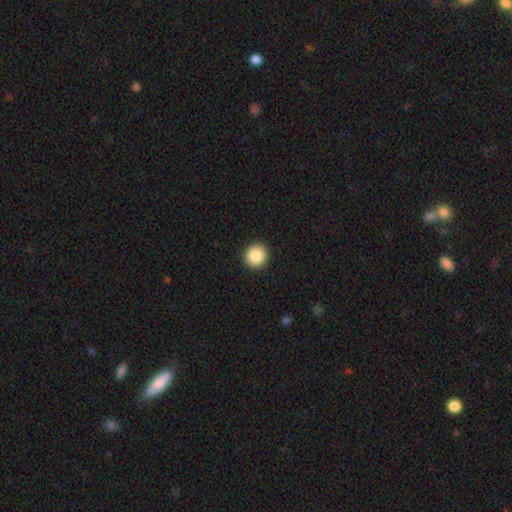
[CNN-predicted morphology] smooth-or-featured: smooth: 87% | star or artifact: 8% | featured or disk: 4%
  how-rounded: round: 94% | in between: 6% | cigar-shaped: 1%
  merging: none: 93% | minor disturbance: 5% | major disturbance: 1% | merger: 1%